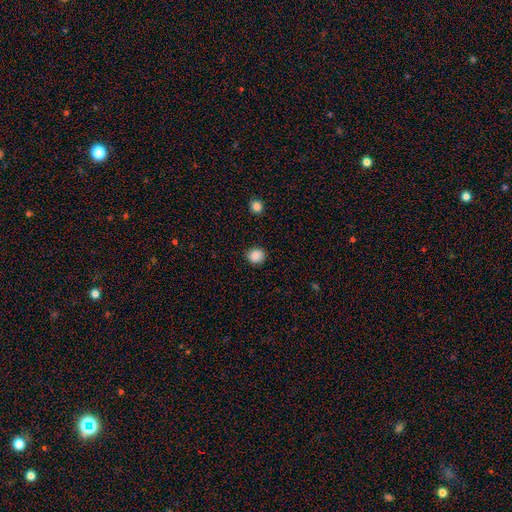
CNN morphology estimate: smooth-or-featured: smooth: 88% | star or artifact: 10% | featured or disk: 3%
  how-rounded: round: 82% | in between: 17% | cigar-shaped: 1%
  merging: none: 89% | minor disturbance: 8% | major disturbance: 2% | merger: 1%